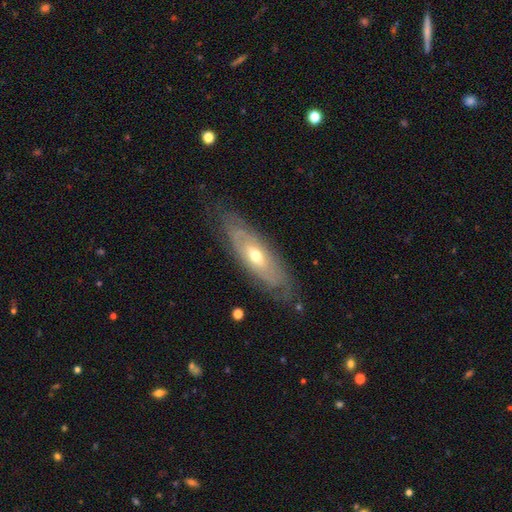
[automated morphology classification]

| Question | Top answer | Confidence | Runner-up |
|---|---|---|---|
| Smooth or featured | featured or disk | 71% | smooth (23%) |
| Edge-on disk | no | 75% | yes (25%) |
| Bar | no | 74% | weak (20%) |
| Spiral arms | yes | 67% | no (33%) |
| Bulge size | moderate | 59% | small (36%) |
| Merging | none | 74% | minor disturbance (18%) |